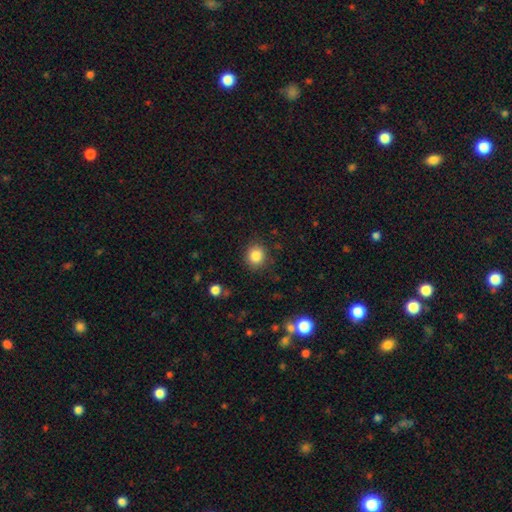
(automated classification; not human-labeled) Smooth or featured? smooth (85%)
How rounded? round (84%)
Merging? none (86%)